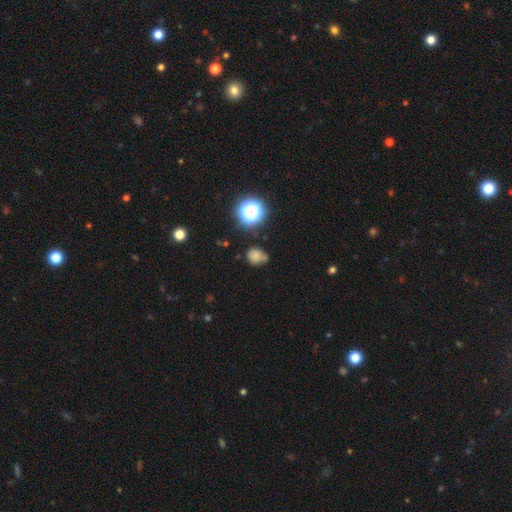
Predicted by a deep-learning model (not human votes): Overall: smooth (71%). How rounded: round (59%; in between 40%). Merging: none (53%; minor disturbance 29%).